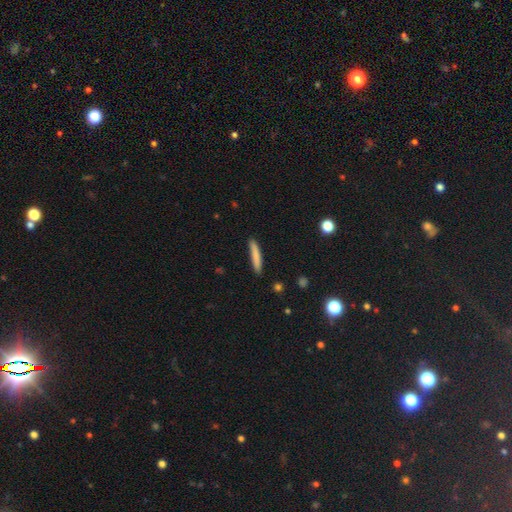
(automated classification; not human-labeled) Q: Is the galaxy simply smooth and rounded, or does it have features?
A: smooth — 80%.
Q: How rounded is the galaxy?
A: cigar-shaped — 94%.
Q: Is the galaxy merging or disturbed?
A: none — 87%.